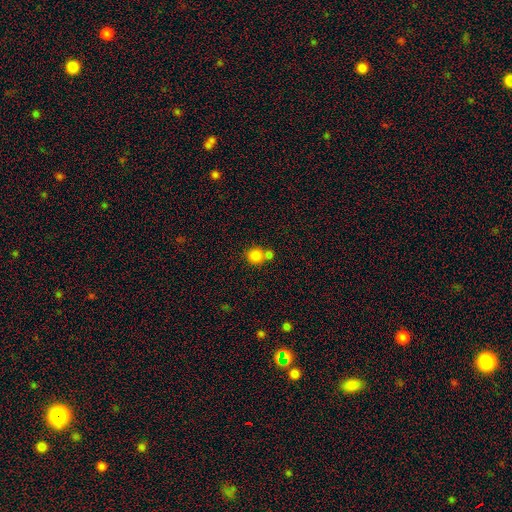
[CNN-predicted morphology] Overall: smooth (83%). How rounded: round (90%). Merging: none (51%; merger 38%).